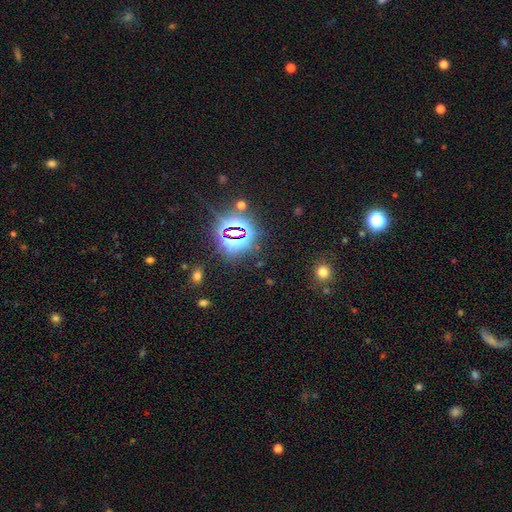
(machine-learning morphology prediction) Smooth or featured? star or artifact (80%)